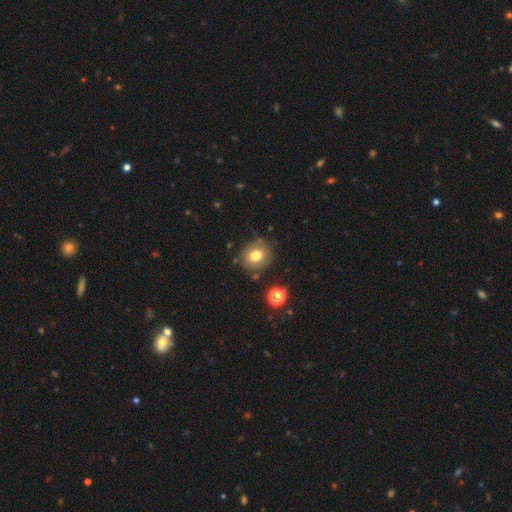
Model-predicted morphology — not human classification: Smooth or featured? smooth (76%)
How rounded? round (72%)
Merging? none (79%)